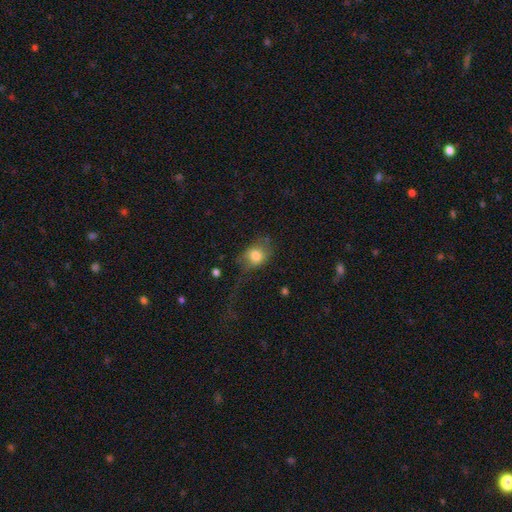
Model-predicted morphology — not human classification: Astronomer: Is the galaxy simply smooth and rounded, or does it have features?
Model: smooth — 76%.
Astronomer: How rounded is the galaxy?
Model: in between — 54% (runner-up: round, 45%).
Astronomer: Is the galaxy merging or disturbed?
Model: none — 40% (runner-up: major disturbance, 35%).